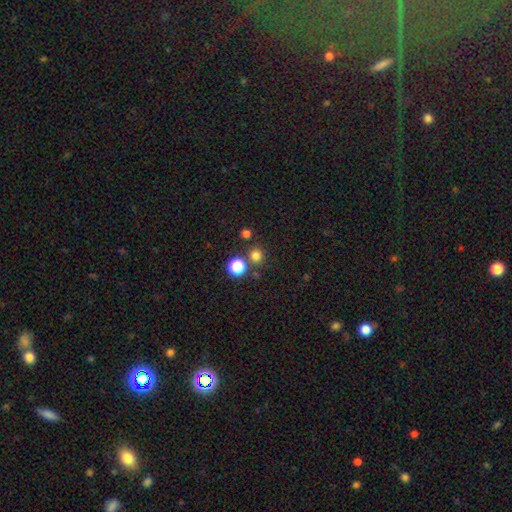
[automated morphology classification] A smooth galaxy with no disk features (77%) that is round (89%).

Vote fractions:
- Smooth or featured? smooth: 77% / star or artifact: 19% / featured or disk: 5%
- How rounded? round: 89% / in between: 10% / cigar-shaped: 1%
- Merging? none: 79% / merger: 11% / minor disturbance: 7% / major disturbance: 3%